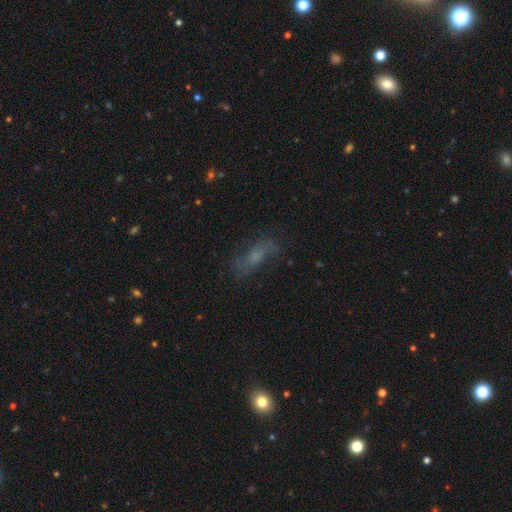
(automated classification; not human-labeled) Morphology: type=smooth (43%); merging=none (63%).